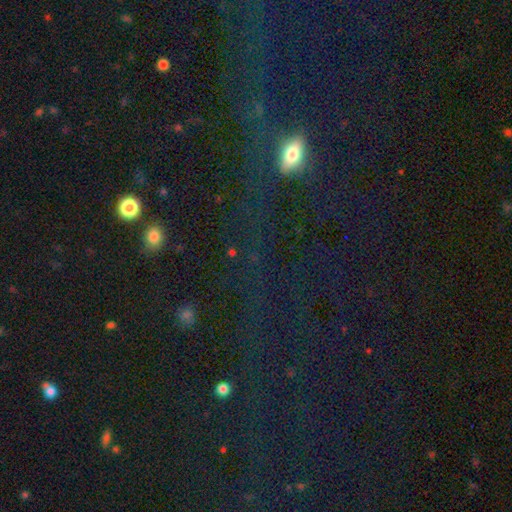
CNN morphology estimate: This appears to be a star or artifact, not a galaxy (52%).